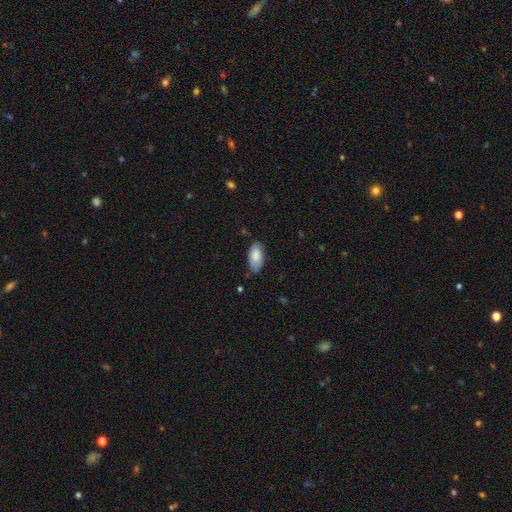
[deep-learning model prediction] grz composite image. It shows a smooth galaxy with no disk features (84%) that is in between round and cigar-shaped (92%). Merging: none (73%).